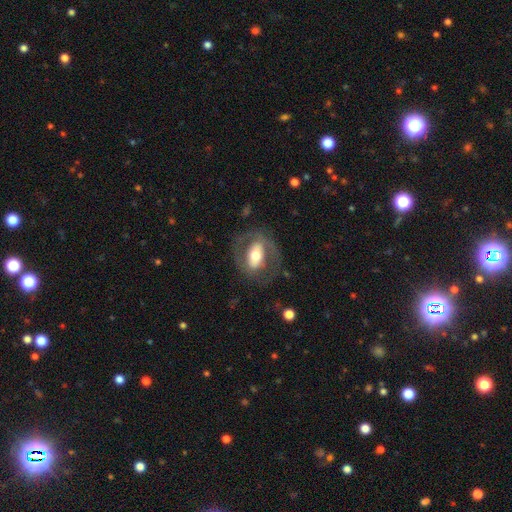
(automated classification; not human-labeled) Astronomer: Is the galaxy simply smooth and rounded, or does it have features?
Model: featured or disk — 61%.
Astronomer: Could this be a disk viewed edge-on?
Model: no — 91%.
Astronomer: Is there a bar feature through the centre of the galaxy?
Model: strong — 41% (runner-up: no, 33%).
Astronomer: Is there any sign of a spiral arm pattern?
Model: no — 59% (runner-up: yes, 41%).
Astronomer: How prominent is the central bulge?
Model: moderate — 61%.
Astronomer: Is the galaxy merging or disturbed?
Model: none — 67%.